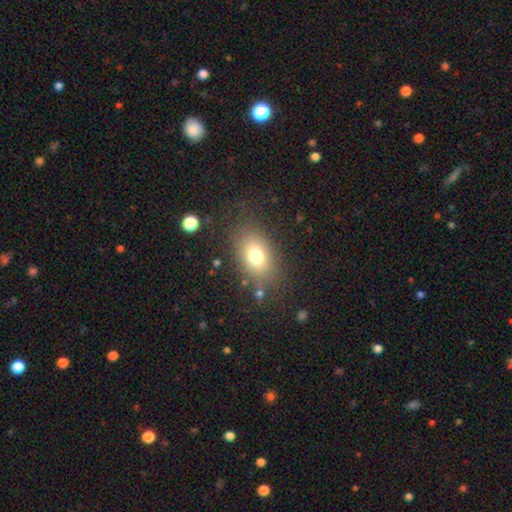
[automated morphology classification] smooth-or-featured: smooth: 74% | featured or disk: 14% | star or artifact: 12%
  how-rounded: in between: 77% | round: 21% | cigar-shaped: 2%
  merging: none: 78% | minor disturbance: 13% | major disturbance: 7% | merger: 2%